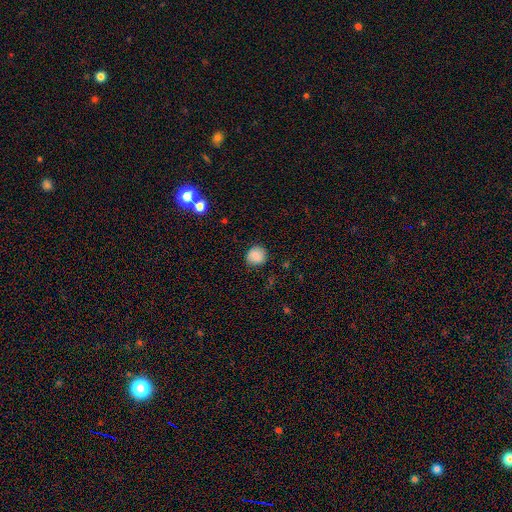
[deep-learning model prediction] Smooth or featured: smooth — 84% (star or artifact — 9%)
How rounded: round — 88% (in between — 11%)
Merging: none — 84% (minor disturbance — 12%)